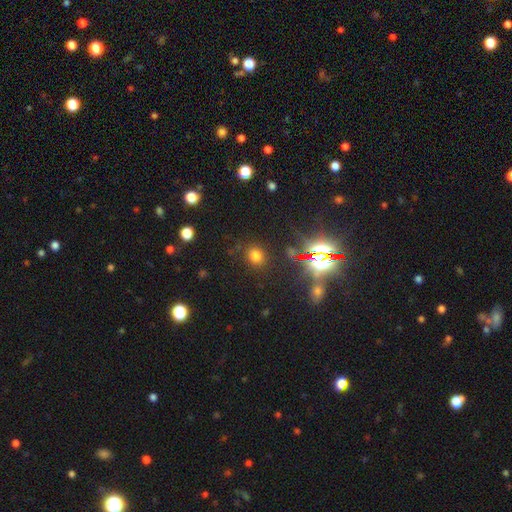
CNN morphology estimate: This appears to be a smooth galaxy with no disk features (68%) that is round (77%). Merging: none (84%).